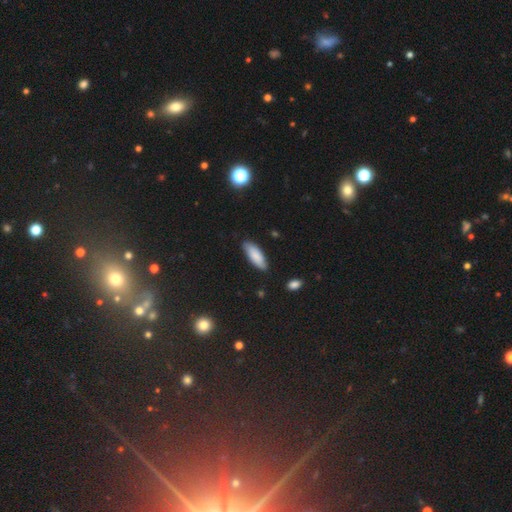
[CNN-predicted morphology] Overall: smooth (84%). How rounded: in between (69%). Merging: none (84%).